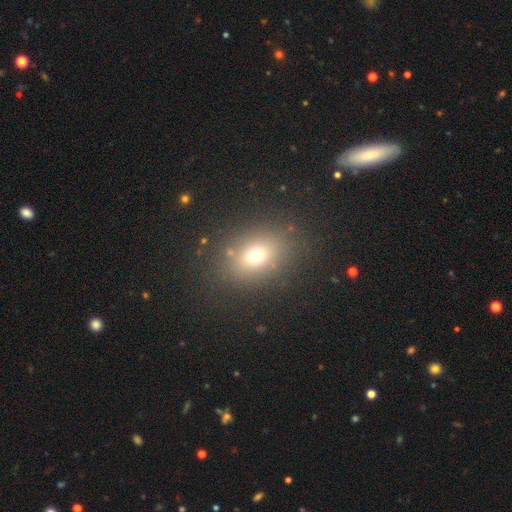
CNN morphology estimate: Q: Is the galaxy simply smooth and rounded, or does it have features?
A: smooth — 68%.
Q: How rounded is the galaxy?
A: in between — 55%.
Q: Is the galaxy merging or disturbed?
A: none — 83%.